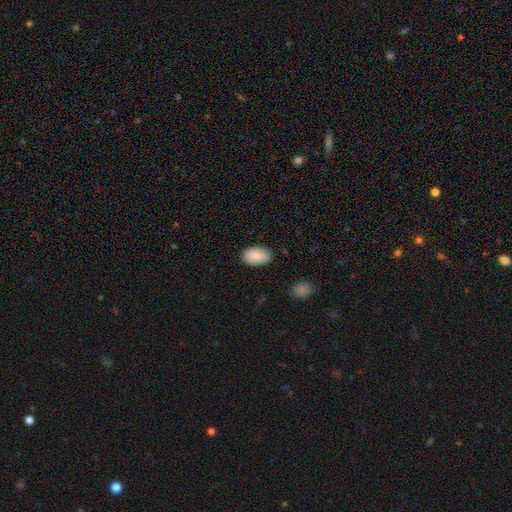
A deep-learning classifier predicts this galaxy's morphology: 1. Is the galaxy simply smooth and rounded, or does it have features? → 89% smooth, 7% star or artifact, 4% featured or disk.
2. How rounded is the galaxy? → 94% in between, 4% round, 2% cigar-shaped.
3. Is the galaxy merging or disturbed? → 83% none, 13% minor disturbance, 2% major disturbance, 1% merger.